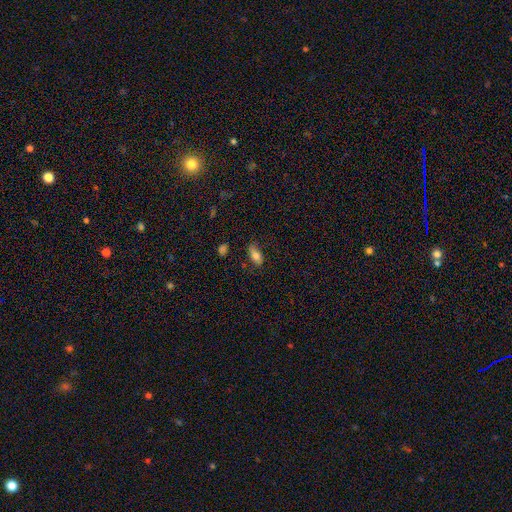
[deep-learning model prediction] This appears to be a smooth galaxy with no disk features (78%) that is in between round and cigar-shaped (88%). Merging: none (70%).